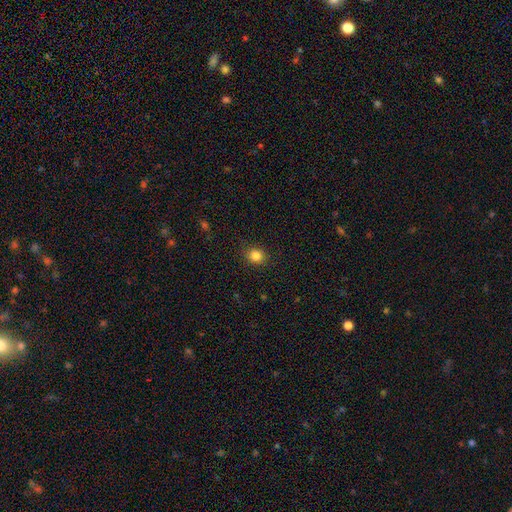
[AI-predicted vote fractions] Smooth or featured?
  - smooth: 84% *
  - star or artifact: 12%
  - featured or disk: 4%
How rounded?
  - round: 76% *
  - in between: 23%
  - cigar-shaped: 1%
Merging?
  - none: 88% *
  - minor disturbance: 9%
  - major disturbance: 2%
  - merger: 1%